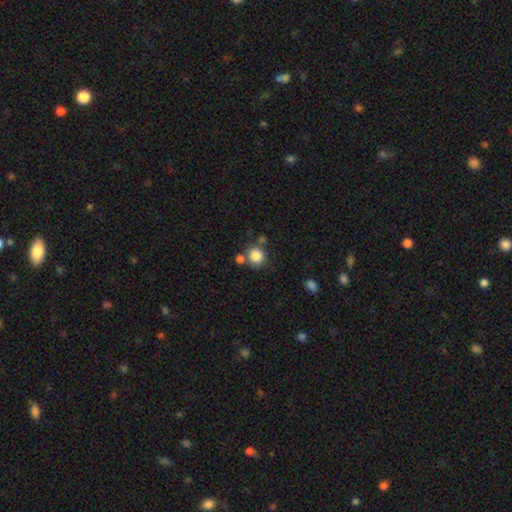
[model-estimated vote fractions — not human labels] Q: Smooth or featured?
A: smooth (84%); runner-up: star or artifact (10%)
Q: How rounded?
A: round (85%); runner-up: in between (14%)
Q: Merging?
A: none (67%); runner-up: merger (17%)